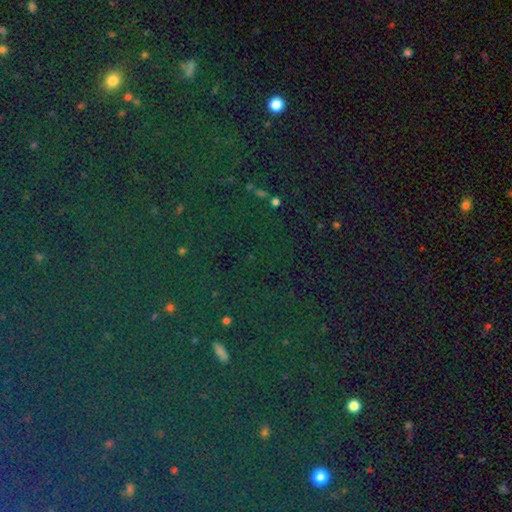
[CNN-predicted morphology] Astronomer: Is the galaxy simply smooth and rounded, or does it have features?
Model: star or artifact — 80%.